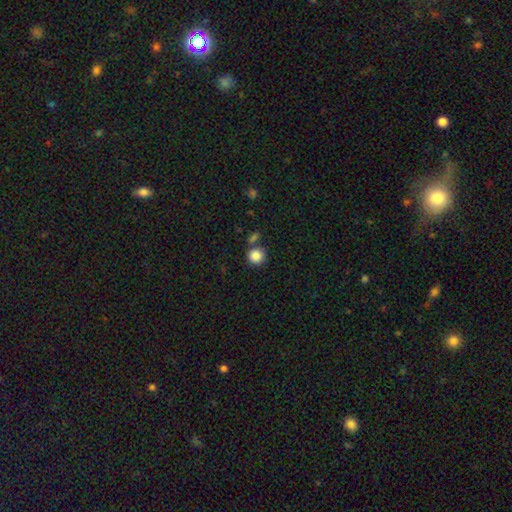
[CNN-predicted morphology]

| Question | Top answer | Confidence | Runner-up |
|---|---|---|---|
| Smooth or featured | smooth | 86% | star or artifact (10%) |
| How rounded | round | 91% | in between (8%) |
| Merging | none | 74% | merger (14%) |